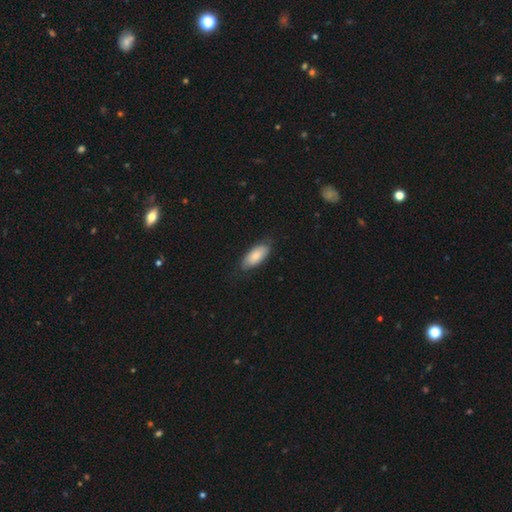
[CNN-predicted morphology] Smooth or featured?
  - smooth: 81% *
  - featured or disk: 13%
  - star or artifact: 6%
How rounded?
  - in between: 87% *
  - cigar-shaped: 11%
  - round: 2%
Merging?
  - none: 76% *
  - minor disturbance: 19%
  - major disturbance: 4%
  - merger: 1%